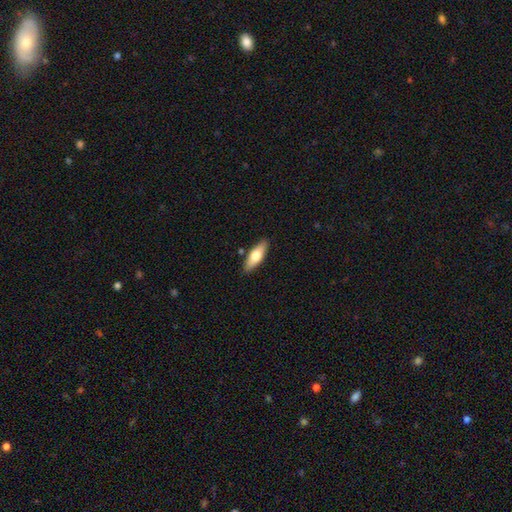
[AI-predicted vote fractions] smooth 65%, featured or disk 29%, star or artifact 6%. Down the decision tree: how rounded — in between (61%); merging — none (87%).